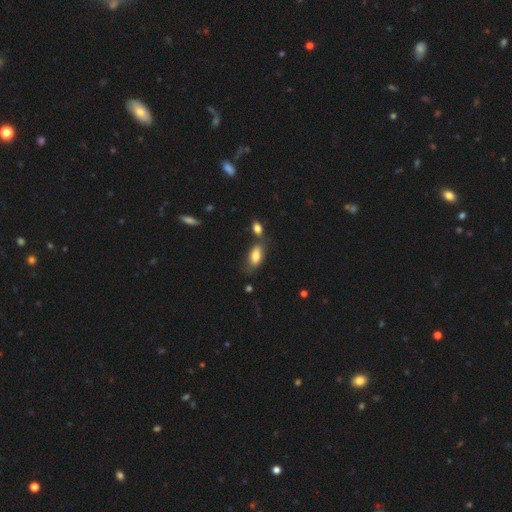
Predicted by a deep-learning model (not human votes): A smooth galaxy with no disk features (79%) that is in between round and cigar-shaped (88%).

Vote fractions:
- Smooth or featured? smooth: 79% / featured or disk: 13% / star or artifact: 7%
- How rounded? in between: 88% / cigar-shaped: 9% / round: 3%
- Merging? none: 54% / minor disturbance: 20% / merger: 19% / major disturbance: 6%